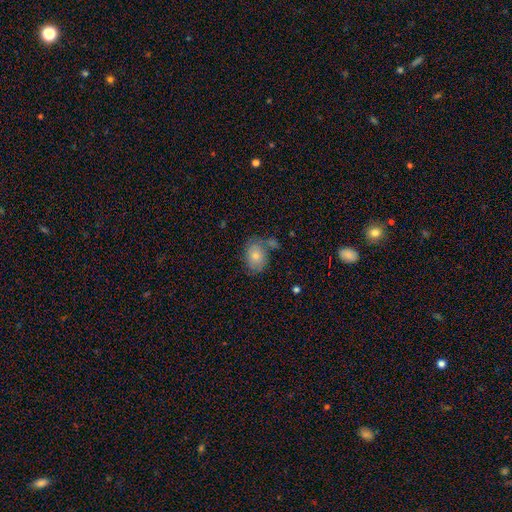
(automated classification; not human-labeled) This appears to be a smooth galaxy with no disk features (73%) that is in between round and cigar-shaped (67%). Merging: none (58%).